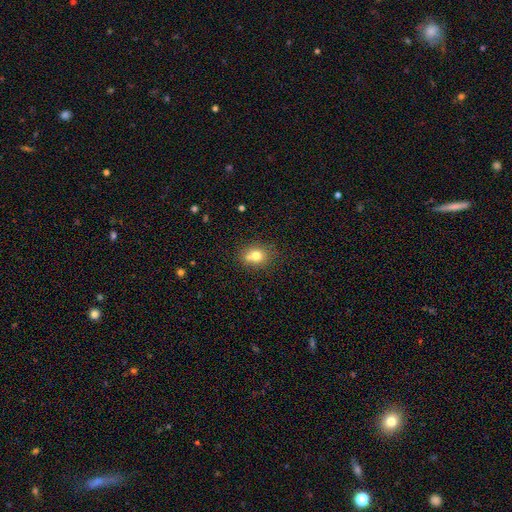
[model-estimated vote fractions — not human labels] smooth 74%, featured or disk 15%, star or artifact 12%. Down the decision tree: how rounded — round (51%); merging — none (57%).